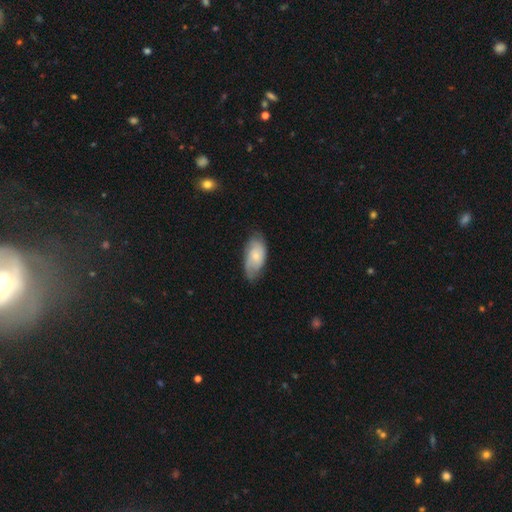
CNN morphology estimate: smooth_or_featured: featured or disk (p=0.47) [tied with: smooth p=0.47]
merging: none (p=0.69) [alt: minor disturbance p=0.25]